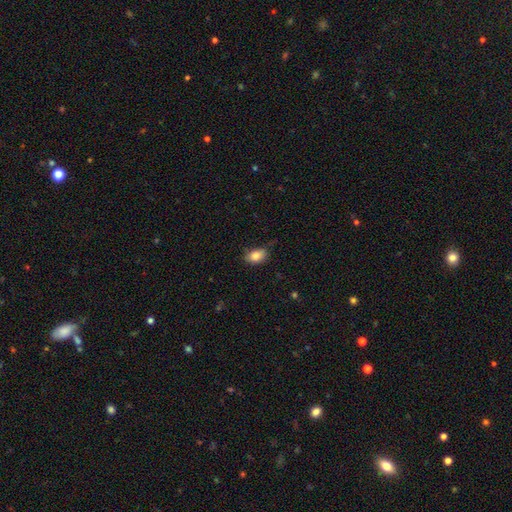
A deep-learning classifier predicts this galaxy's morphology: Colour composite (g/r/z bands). It shows a smooth galaxy with no disk features (83%) that is in between round and cigar-shaped (85%). Merging: none (72%).